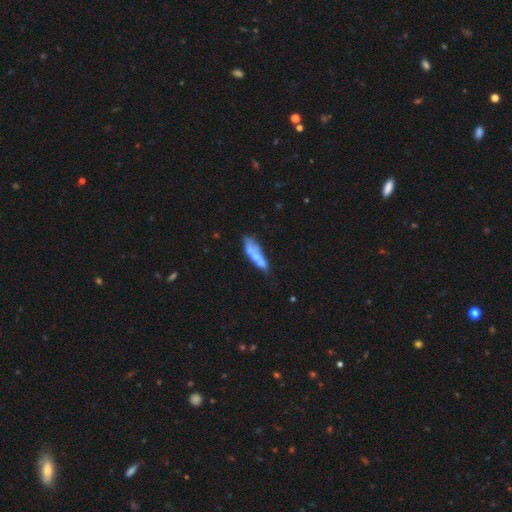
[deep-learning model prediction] Q: Smooth or featured?
A: smooth (52%); runner-up: featured or disk (40%)
Q: How rounded?
A: cigar-shaped (59%); runner-up: in between (39%)
Q: Merging?
A: none (40%); runner-up: merger (24%)